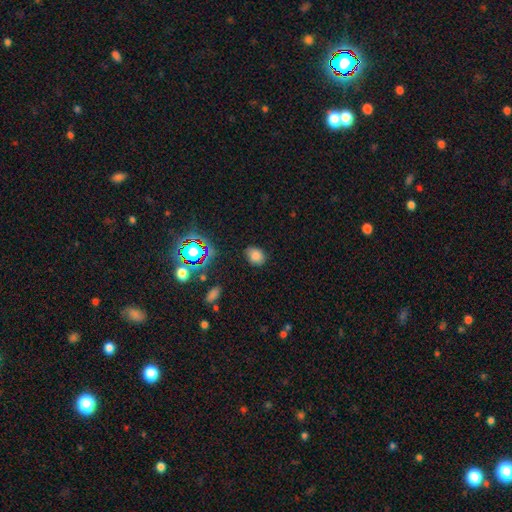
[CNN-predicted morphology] Smooth or featured?
  - smooth: 77% *
  - star or artifact: 16%
  - featured or disk: 7%
How rounded?
  - in between: 56% *
  - round: 43%
  - cigar-shaped: 1%
Merging?
  - none: 82% *
  - minor disturbance: 13%
  - major disturbance: 3%
  - merger: 2%